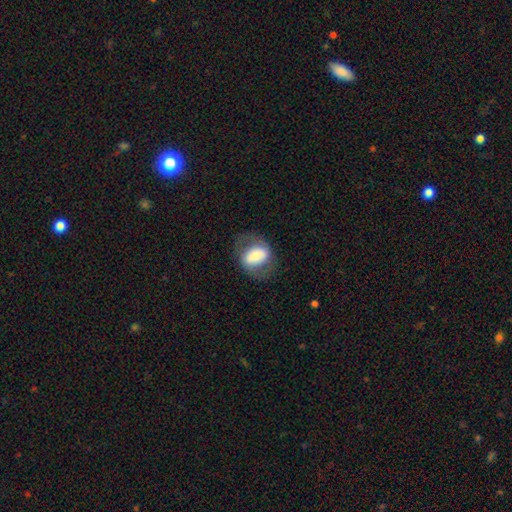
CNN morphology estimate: Smooth or featured? smooth (53%)
How rounded? in between (69%)
Merging? none (67%)